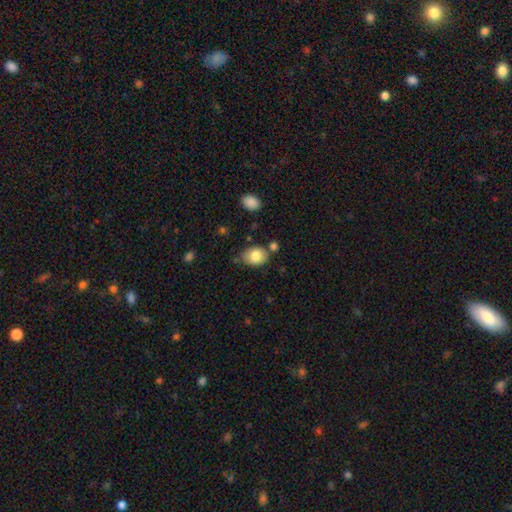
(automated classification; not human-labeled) smooth_or_featured: smooth (p=0.82) [alt: featured or disk p=0.10]
how_rounded: in between (p=0.64) [alt: round p=0.35]
merging: none (p=0.66) [alt: minor disturbance p=0.21]